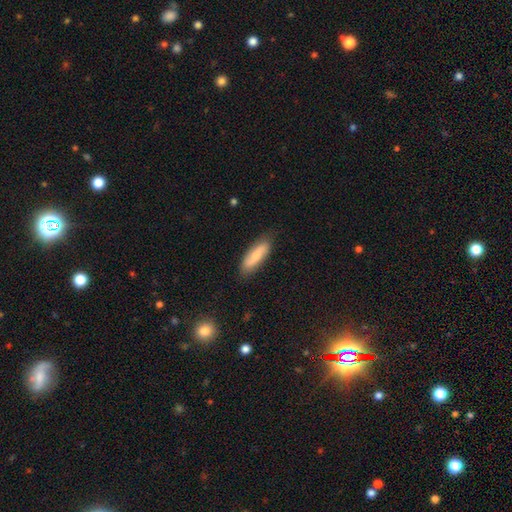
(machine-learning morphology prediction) smooth_or_featured: smooth (p=0.60) [alt: featured or disk p=0.34]
how_rounded: in between (p=0.56) [alt: cigar-shaped p=0.42]
merging: none (p=0.80) [alt: minor disturbance p=0.16]